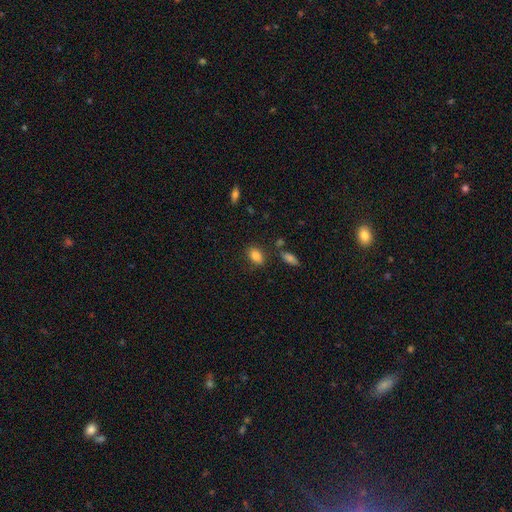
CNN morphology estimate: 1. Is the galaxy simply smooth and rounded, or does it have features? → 85% smooth, 9% star or artifact, 5% featured or disk.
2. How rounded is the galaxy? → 83% in between, 15% round, 2% cigar-shaped.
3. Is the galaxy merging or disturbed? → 77% none, 14% minor disturbance, 5% merger, 4% major disturbance.